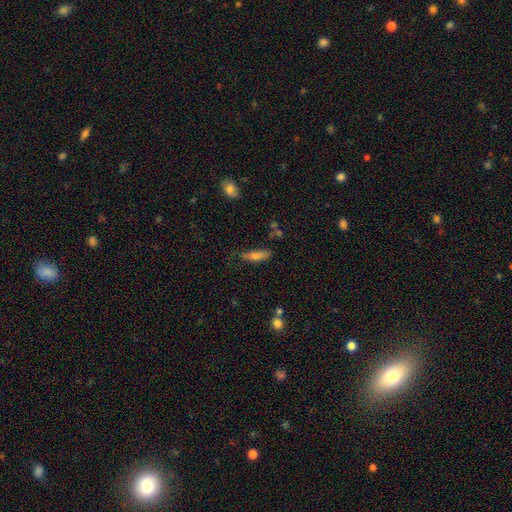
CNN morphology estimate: Smooth or featured?
  - smooth: 69% *
  - featured or disk: 22%
  - star or artifact: 9%
How rounded?
  - cigar-shaped: 54% *
  - in between: 44%
  - round: 3%
Merging?
  - none: 65% *
  - minor disturbance: 24%
  - major disturbance: 7%
  - merger: 4%